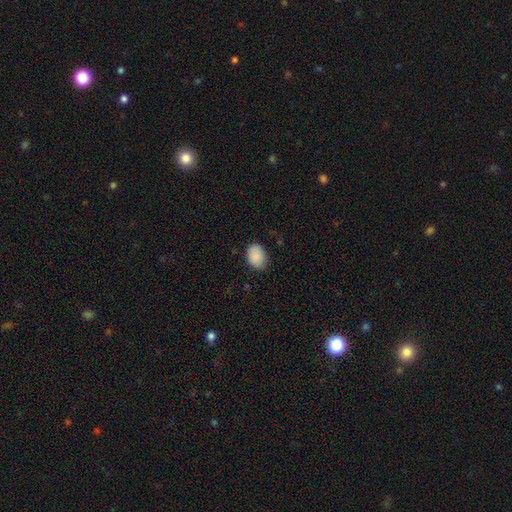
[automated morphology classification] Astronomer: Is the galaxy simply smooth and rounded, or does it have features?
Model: smooth — 89%.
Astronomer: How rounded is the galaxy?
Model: in between — 73%.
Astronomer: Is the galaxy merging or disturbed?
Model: none — 81%.